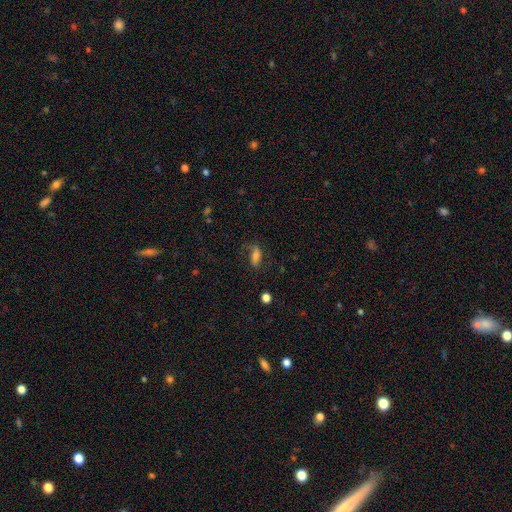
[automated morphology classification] smooth 57%, featured or disk 31%, star or artifact 12%. Down the decision tree: how rounded — in between (78%); merging — none (60%).